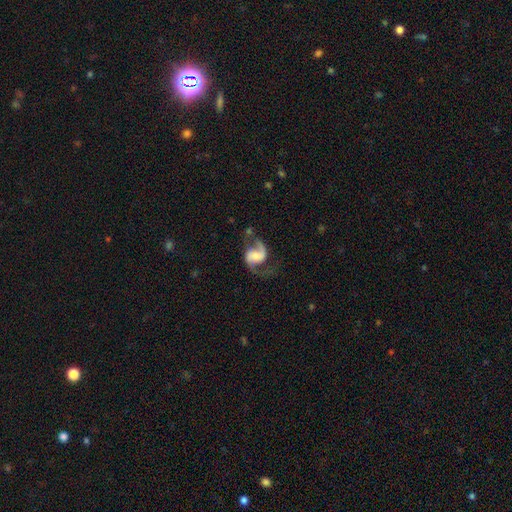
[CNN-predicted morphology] Q: Smooth or featured?
A: featured or disk (82%); runner-up: smooth (12%)
Q: Edge-on disk?
A: no (98%); runner-up: yes (2%)
Q: Bar?
A: no (45%); runner-up: weak (39%)
Q: Spiral arms?
A: yes (95%); runner-up: no (5%)
Q: Spiral winding?
A: loose (49%); runner-up: medium (42%)
Q: Spiral arm count?
A: 2 (80%); runner-up: 1 (14%)
Q: Bulge size?
A: small (36%); runner-up: moderate (30%)
Q: Merging?
A: none (54%); runner-up: major disturbance (23%)